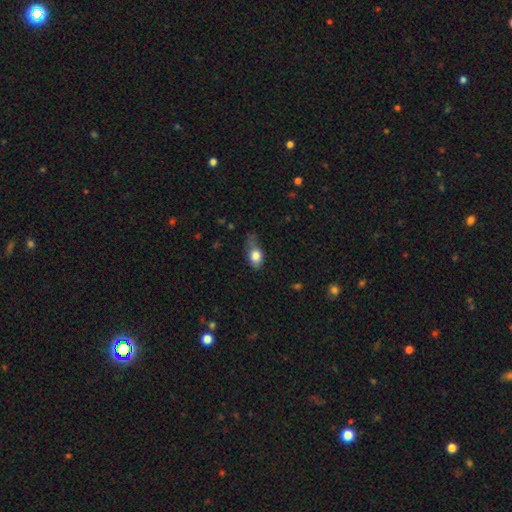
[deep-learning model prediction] Q: Smooth or featured?
A: smooth (80%); runner-up: featured or disk (12%)
Q: How rounded?
A: in between (75%); runner-up: round (21%)
Q: Merging?
A: minor disturbance (40%); runner-up: none (37%)